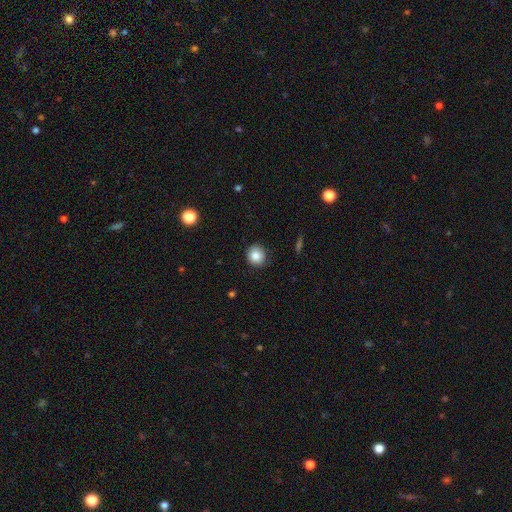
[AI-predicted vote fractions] Smooth or featured? smooth (84%)
How rounded? round (88%)
Merging? none (85%)